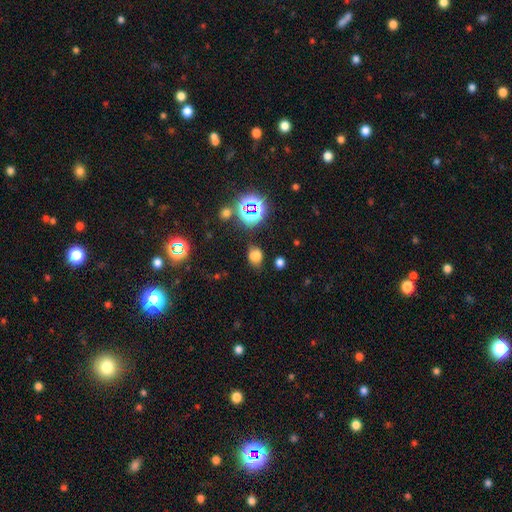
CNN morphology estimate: This is likely a smooth galaxy (61%). How rounded: possibly in between (57%). Merging: likely none (64%).